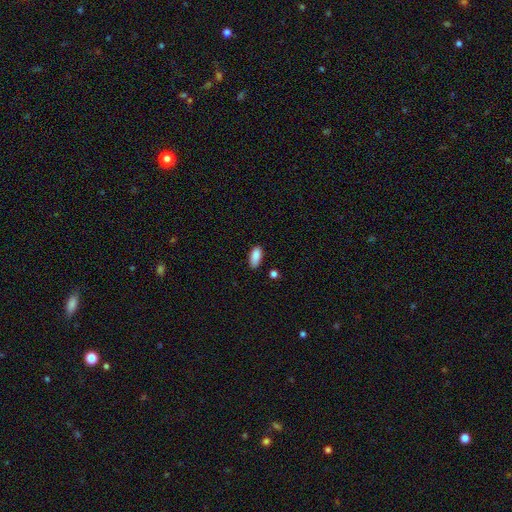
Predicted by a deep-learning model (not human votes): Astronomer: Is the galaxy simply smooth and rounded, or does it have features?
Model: smooth — 89%.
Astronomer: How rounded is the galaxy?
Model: in between — 89%.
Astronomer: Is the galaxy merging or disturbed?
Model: none — 78%.